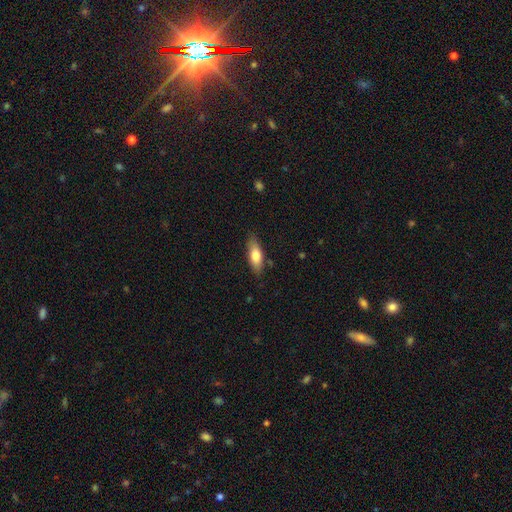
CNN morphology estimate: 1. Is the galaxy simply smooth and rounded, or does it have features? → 71% smooth, 22% featured or disk, 6% star or artifact.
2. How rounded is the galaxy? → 63% in between, 35% cigar-shaped, 3% round.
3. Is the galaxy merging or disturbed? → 83% none, 13% minor disturbance, 3% major disturbance, 2% merger.